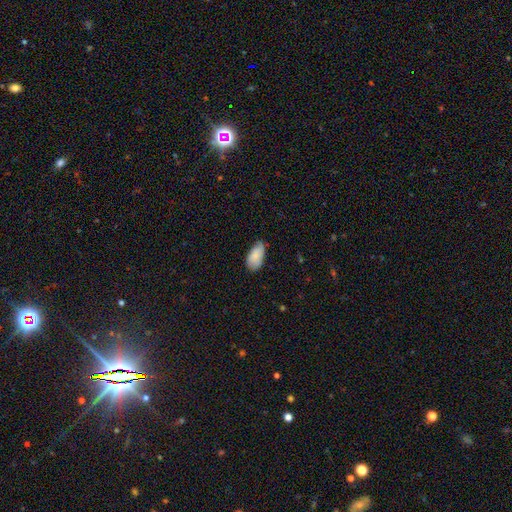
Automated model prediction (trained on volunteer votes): Smooth or featured: smooth — 83% (featured or disk — 10%)
How rounded: in between — 95% (round — 3%)
Merging: none — 59% (minor disturbance — 34%)